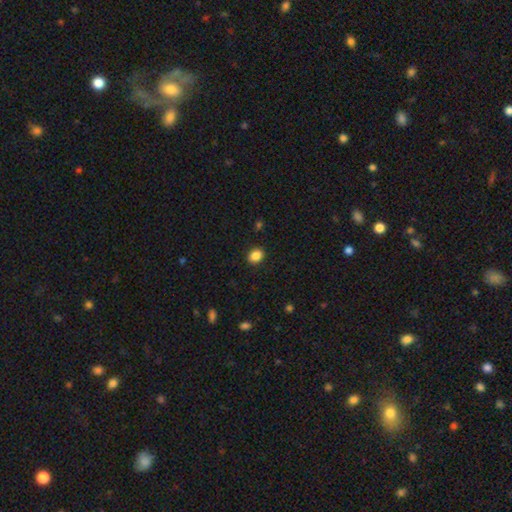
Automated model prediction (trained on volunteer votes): Smooth or featured: smooth — 87% (star or artifact — 10%)
How rounded: round — 50% (in between — 49%)
Merging: none — 90% (minor disturbance — 7%)